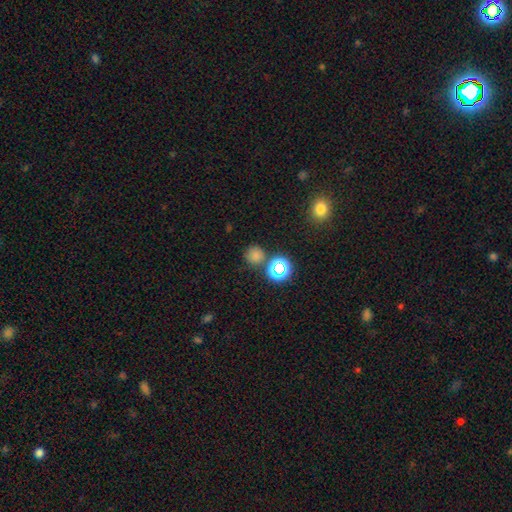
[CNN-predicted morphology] Smooth or featured: smooth — 72% (star or artifact — 23%)
How rounded: round — 91% (in between — 8%)
Merging: none — 77% (merger — 11%)